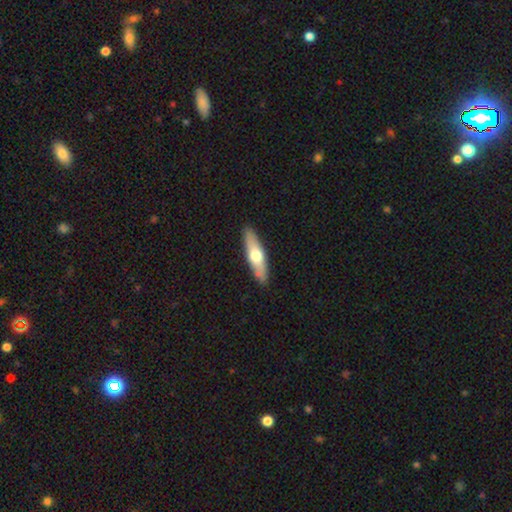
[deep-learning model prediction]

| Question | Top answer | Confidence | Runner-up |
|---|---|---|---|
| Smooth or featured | smooth | 53% | featured or disk (42%) |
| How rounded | cigar-shaped | 67% | in between (31%) |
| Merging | none | 89% | minor disturbance (9%) |